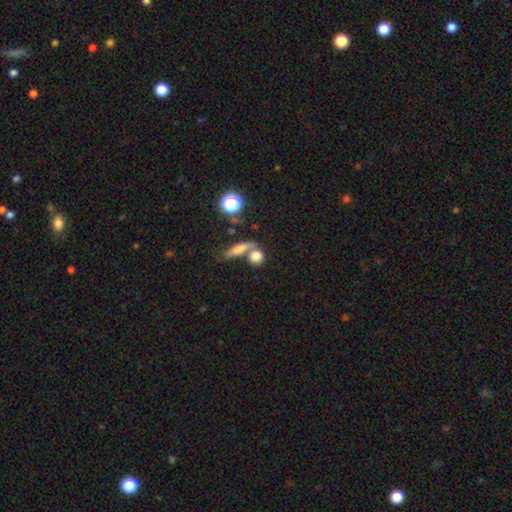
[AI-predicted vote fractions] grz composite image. It shows a smooth galaxy with no disk features (78%) that is round (69%). Merging: none (49%).